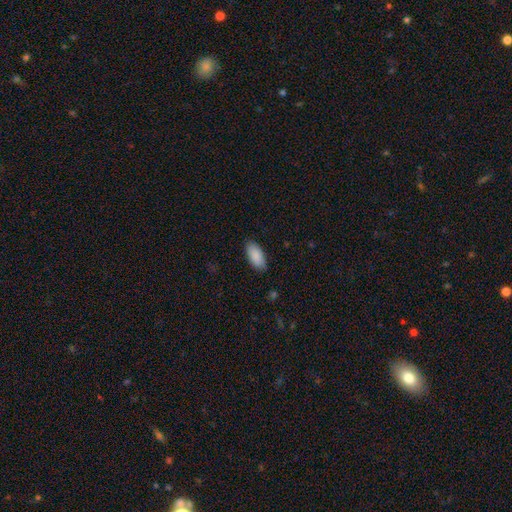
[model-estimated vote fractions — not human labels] Q: Smooth or featured?
A: smooth (90%); runner-up: star or artifact (6%)
Q: How rounded?
A: in between (91%); runner-up: cigar-shaped (7%)
Q: Merging?
A: none (87%); runner-up: minor disturbance (10%)